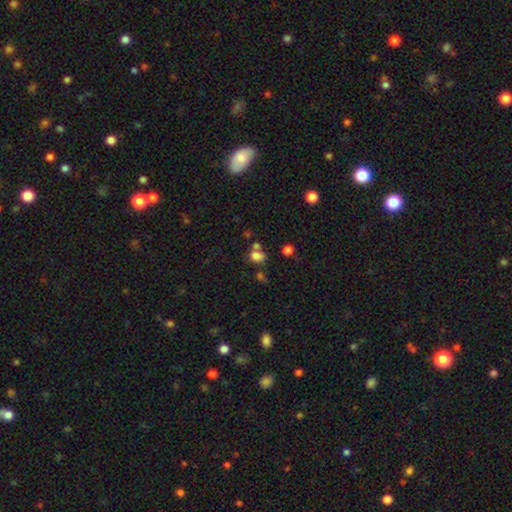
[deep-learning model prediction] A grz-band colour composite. It shows a smooth galaxy with no disk features (77%) that is in between round and cigar-shaped (59%). Merging: none (51%).